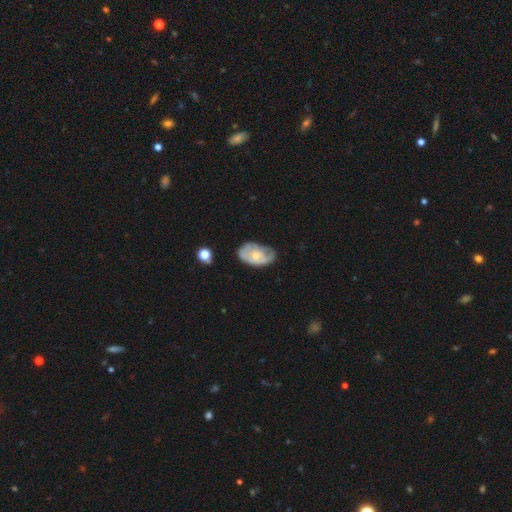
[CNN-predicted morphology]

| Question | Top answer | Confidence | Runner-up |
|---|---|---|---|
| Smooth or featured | featured or disk | 50% | smooth (43%) |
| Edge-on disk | no | 94% | yes (6%) |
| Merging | none | 49% | minor disturbance (34%) |